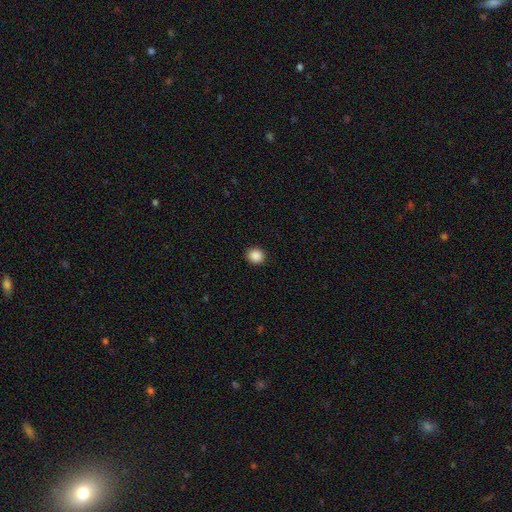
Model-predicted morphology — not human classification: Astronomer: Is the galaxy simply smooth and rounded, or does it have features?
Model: smooth — 88%.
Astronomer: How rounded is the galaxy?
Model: round — 85%.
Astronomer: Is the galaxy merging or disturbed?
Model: none — 92%.